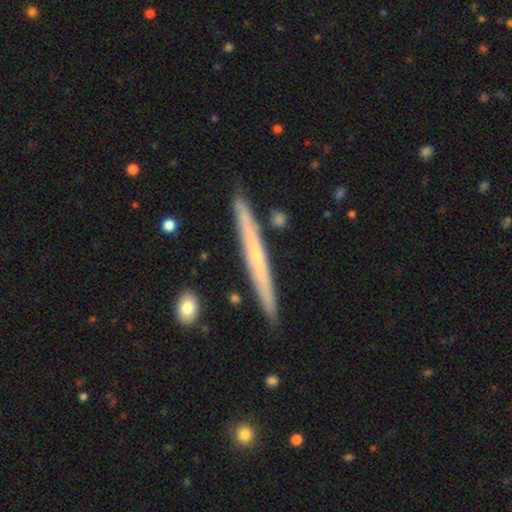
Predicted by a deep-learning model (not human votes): Smooth or featured? featured or disk (62%)
Edge-on disk? yes (96%)
Edge-on bulge? none (64%)
Merging? none (89%)